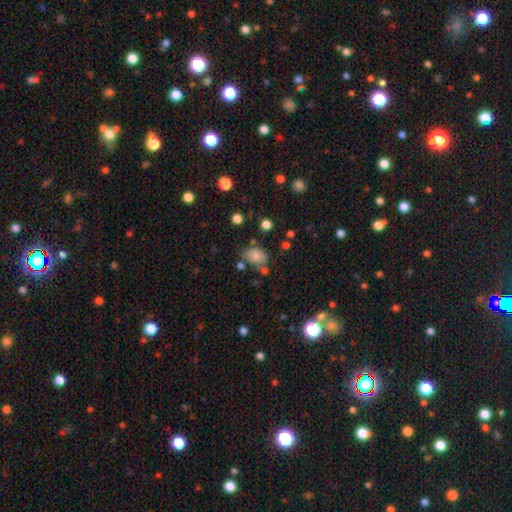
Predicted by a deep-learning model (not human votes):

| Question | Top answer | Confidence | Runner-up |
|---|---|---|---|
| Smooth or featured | smooth | 77% | featured or disk (12%) |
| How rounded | in between | 73% | round (26%) |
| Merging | none | 57% | minor disturbance (21%) |